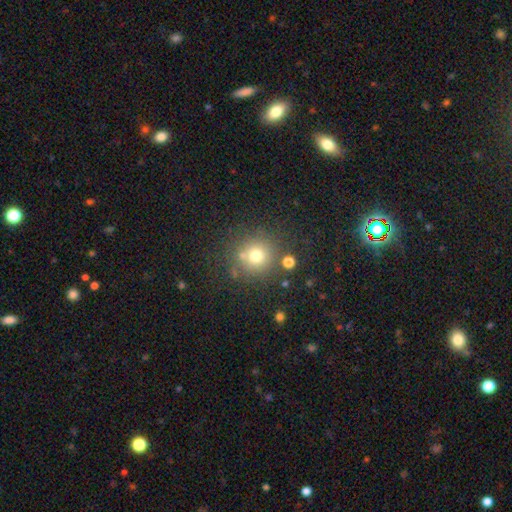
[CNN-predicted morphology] Smooth or featured? smooth (72%)
How rounded? round (92%)
Merging? none (76%)